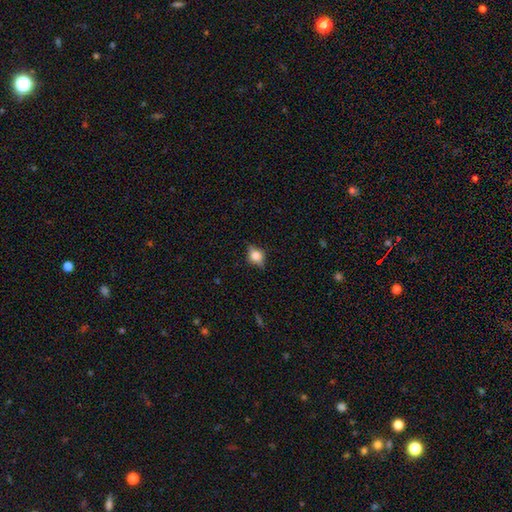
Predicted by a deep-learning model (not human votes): Smooth or featured? Predicted: smooth (p=0.50). How rounded? Predicted: in between (p=0.51). Merging? Predicted: none (p=0.77).